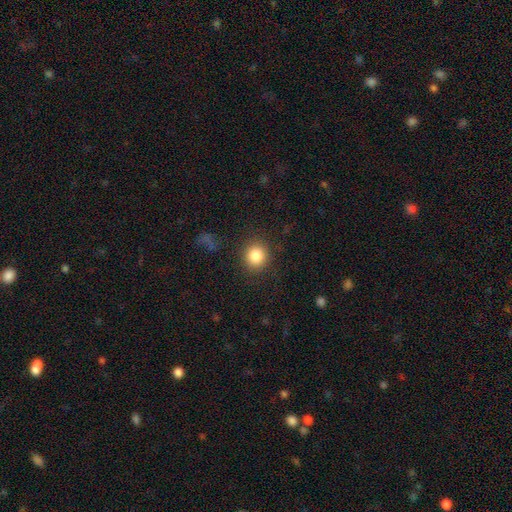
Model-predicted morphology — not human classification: Smooth or featured? Predicted: smooth (p=0.85). How rounded? Predicted: round (p=0.88). Merging? Predicted: none (p=0.87).